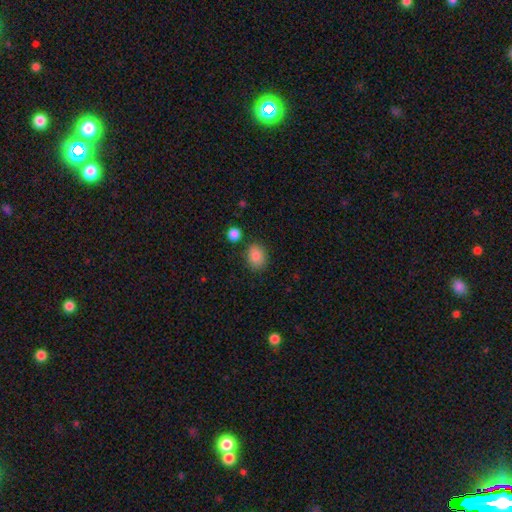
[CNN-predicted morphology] Overall: smooth (86%). How rounded: round (51%; in between 48%). Merging: none (82%).